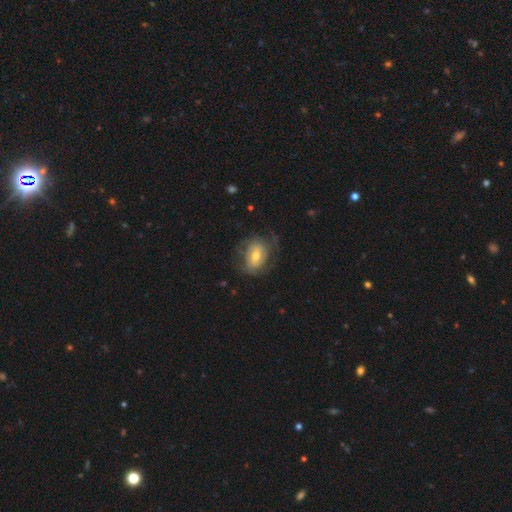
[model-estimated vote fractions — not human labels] smooth-or-featured: featured or disk: 54% | smooth: 38% | star or artifact: 8%
  disk-edge-on: no: 94% | yes: 6%
    bar: no: 46% | weak: 38% | strong: 15%
    has-spiral-arms: yes: 70% | no: 30%
    bulge-size: moderate: 60% | small: 28% | large: 9% | none: 2% | dominant: 1%
  merging: none: 58% | minor disturbance: 22% | major disturbance: 18% | merger: 1%